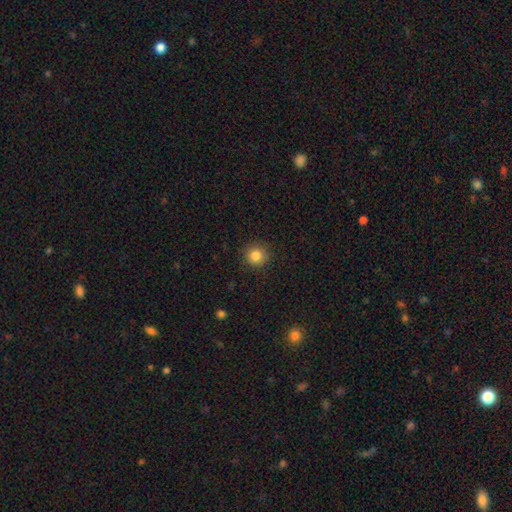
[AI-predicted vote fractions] Q: Smooth or featured?
A: smooth (85%); runner-up: star or artifact (11%)
Q: How rounded?
A: round (93%); runner-up: in between (6%)
Q: Merging?
A: none (89%); runner-up: minor disturbance (7%)